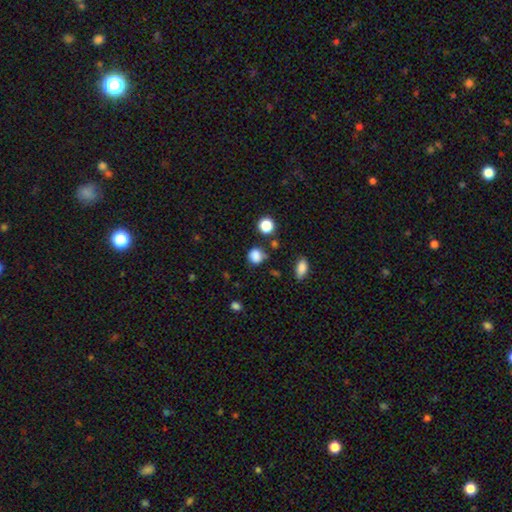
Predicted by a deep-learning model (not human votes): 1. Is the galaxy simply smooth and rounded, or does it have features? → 82% smooth, 13% star or artifact, 5% featured or disk.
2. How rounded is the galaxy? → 75% round, 24% in between, 1% cigar-shaped.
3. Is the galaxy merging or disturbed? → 65% none, 22% minor disturbance, 7% major disturbance, 6% merger.